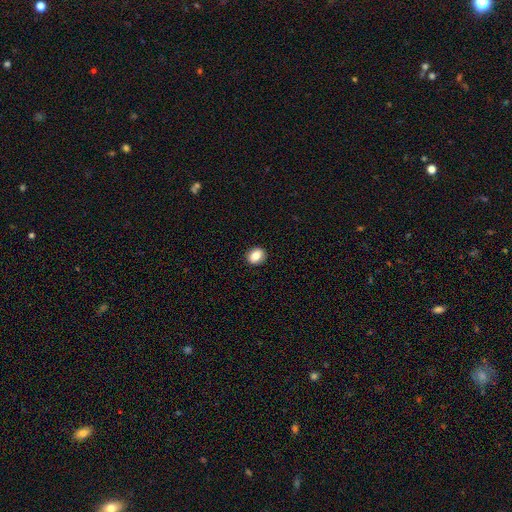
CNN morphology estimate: This appears to be a smooth galaxy with no disk features (83%) that is round (57%). Merging: none (91%).